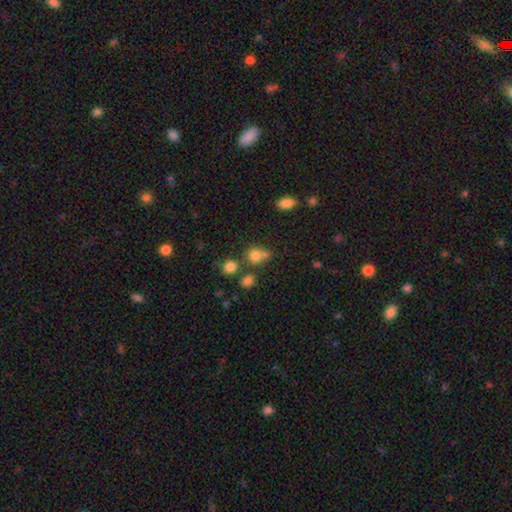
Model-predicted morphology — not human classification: This is likely a smooth galaxy (77%). How rounded: clearly round (81%). Merging: possibly none (51%).